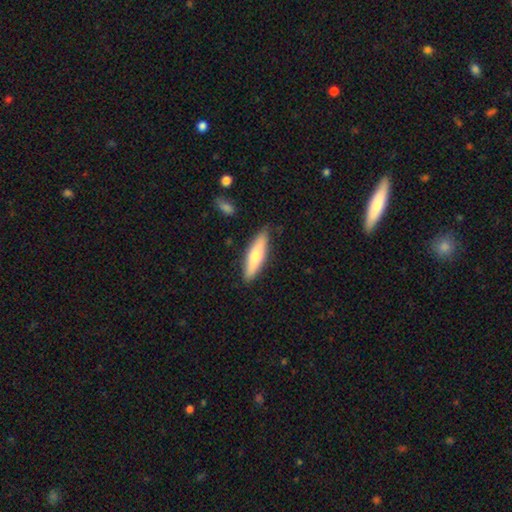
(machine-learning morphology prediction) smooth 65%, featured or disk 29%, star or artifact 6%. Down the decision tree: how rounded — cigar-shaped (68%); merging — none (85%).